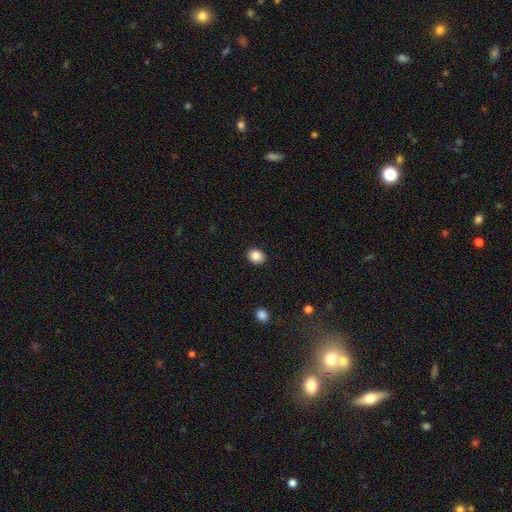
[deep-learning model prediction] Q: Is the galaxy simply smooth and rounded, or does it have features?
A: smooth — 84%.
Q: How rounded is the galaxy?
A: round — 57%.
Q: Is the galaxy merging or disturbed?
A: none — 90%.